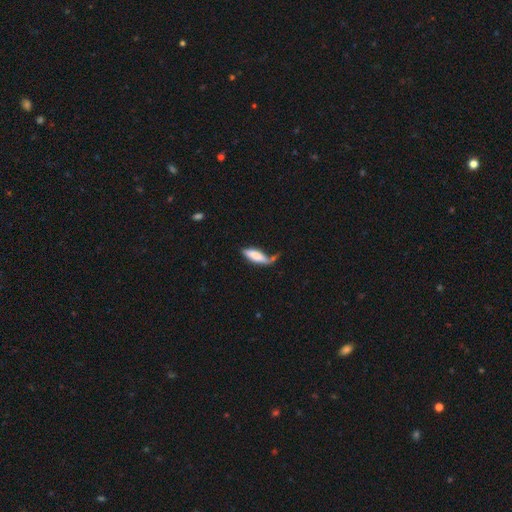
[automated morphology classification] A smooth galaxy with no disk features (77%) that is in between round and cigar-shaped (52%). Merging: none (39%).